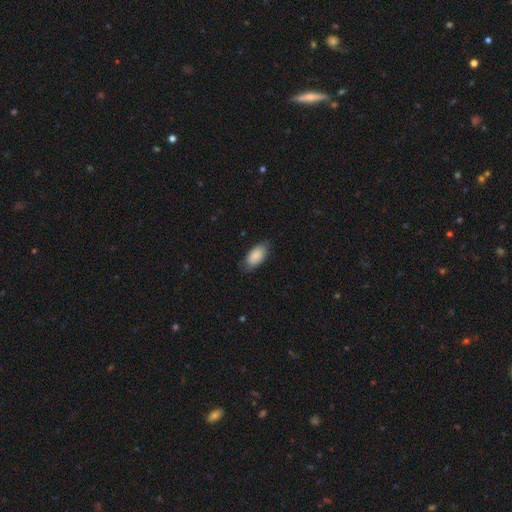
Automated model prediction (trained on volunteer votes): Morphology: type=smooth (86%); roundness=in between (93%); merging=none (75%).